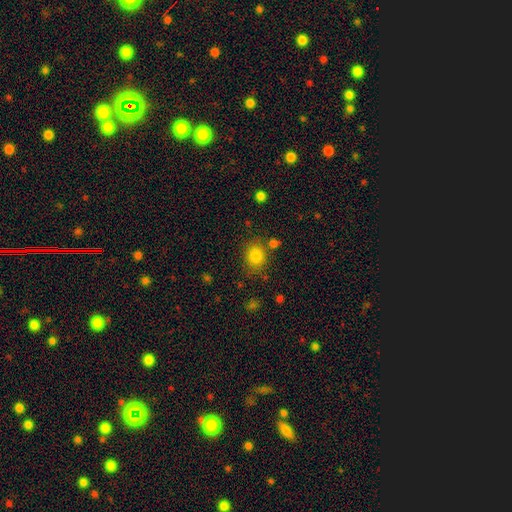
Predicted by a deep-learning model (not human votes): Smooth or featured: smooth — 83% (star or artifact — 11%)
How rounded: round — 67% (in between — 32%)
Merging: none — 75% (minor disturbance — 13%)